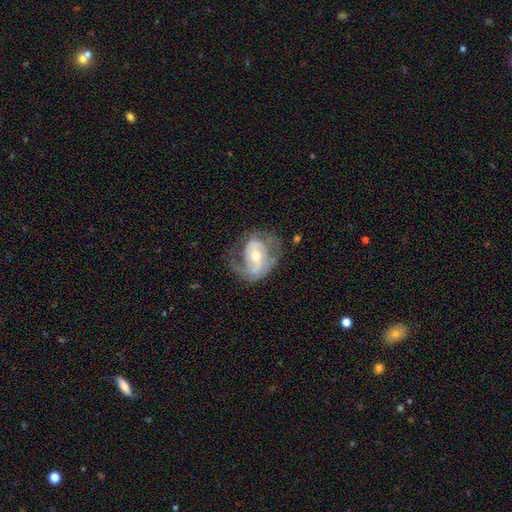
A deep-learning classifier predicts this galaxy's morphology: Smooth or featured? Predicted: featured or disk (p=0.80). Edge-on disk? Predicted: no (p=0.96). Bar? Predicted: weak (p=0.42). Spiral arms? Predicted: yes (p=0.86). Spiral winding? Predicted: medium (p=0.42). Spiral arm count? Predicted: 2 (p=0.54). Bulge size? Predicted: moderate (p=0.61). Merging? Predicted: none (p=0.50).